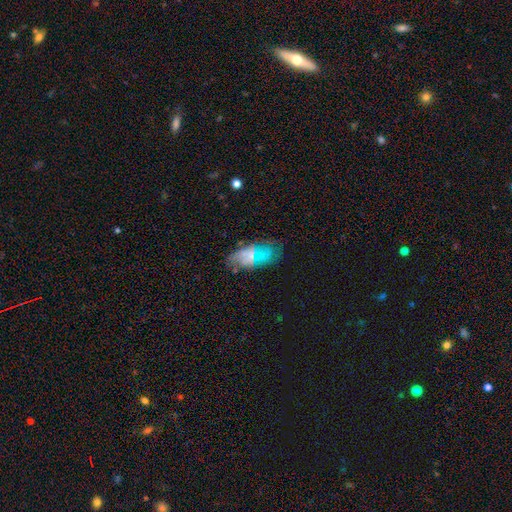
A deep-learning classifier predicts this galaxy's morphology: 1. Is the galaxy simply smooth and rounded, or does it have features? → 47% smooth, 39% featured or disk, 14% star or artifact.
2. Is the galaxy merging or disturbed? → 59% none, 24% minor disturbance, 12% major disturbance, 5% merger.